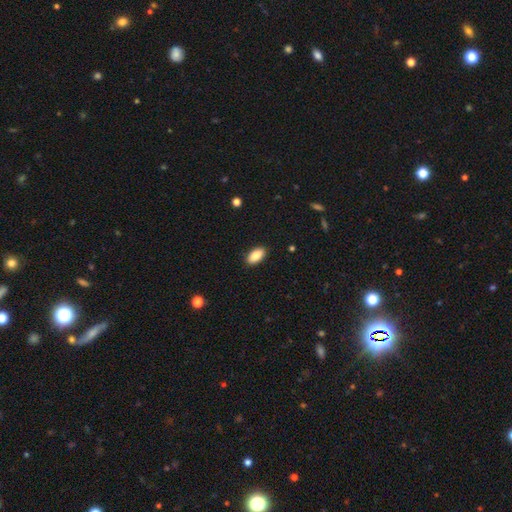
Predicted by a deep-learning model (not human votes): Smooth or featured? Predicted: smooth (p=0.87). How rounded? Predicted: in between (p=0.92). Merging? Predicted: none (p=0.90).